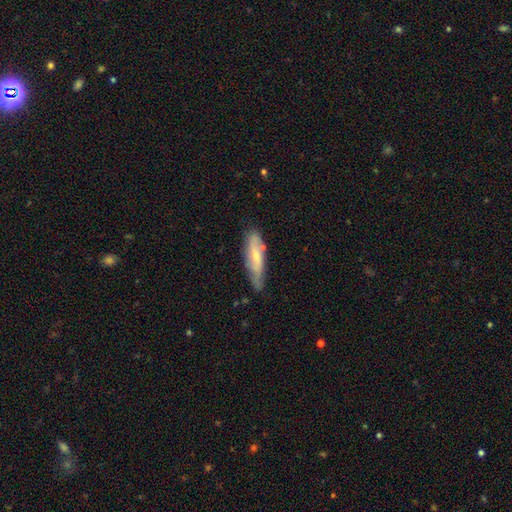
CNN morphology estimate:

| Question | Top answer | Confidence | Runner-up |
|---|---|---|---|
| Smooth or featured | featured or disk | 54% | smooth (40%) |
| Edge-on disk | no | 63% | yes (37%) |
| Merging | none | 69% | minor disturbance (24%) |